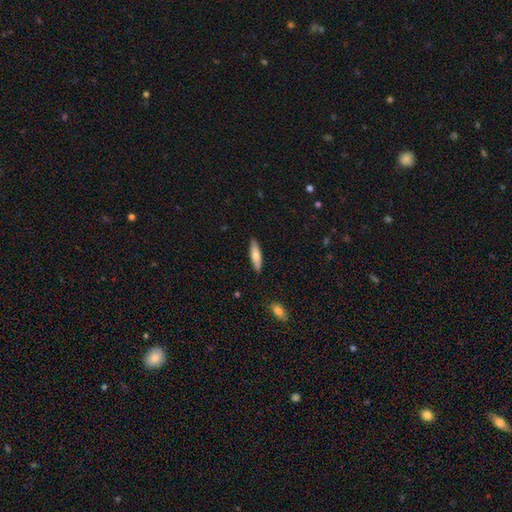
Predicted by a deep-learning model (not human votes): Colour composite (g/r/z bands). It shows a smooth galaxy with no disk features (73%) that is cigar-shaped (71%). Merging: none (88%).